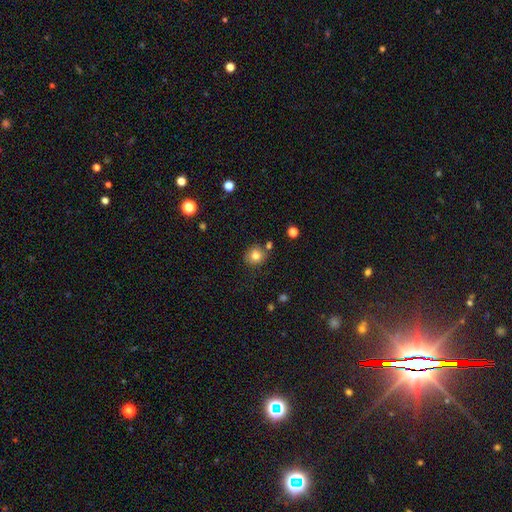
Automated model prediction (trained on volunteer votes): A smooth galaxy with no disk features (80%) that is round (79%). Merging: none (75%).